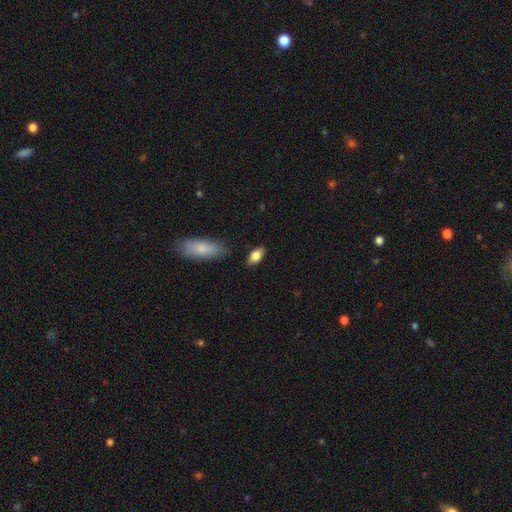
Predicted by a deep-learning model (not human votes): A smooth galaxy with no disk features (83%) that is in between round and cigar-shaped (90%). Merging: none (84%).